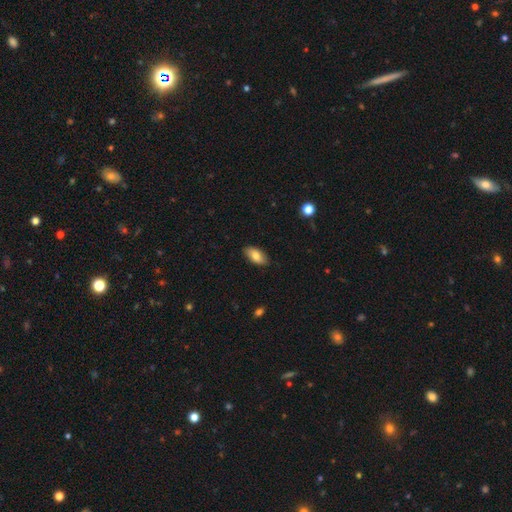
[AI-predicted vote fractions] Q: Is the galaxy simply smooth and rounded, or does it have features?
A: smooth — 80%.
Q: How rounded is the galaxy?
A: in between — 90%.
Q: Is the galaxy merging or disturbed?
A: none — 86%.